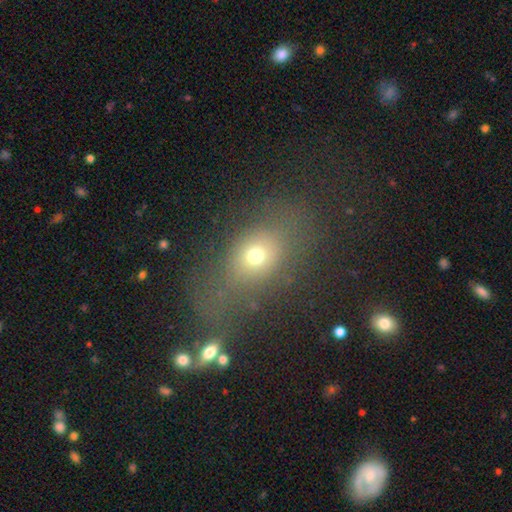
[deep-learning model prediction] smooth 67%, star or artifact 19%, featured or disk 14%. Down the decision tree: how rounded — in between (61%); merging — none (61%).